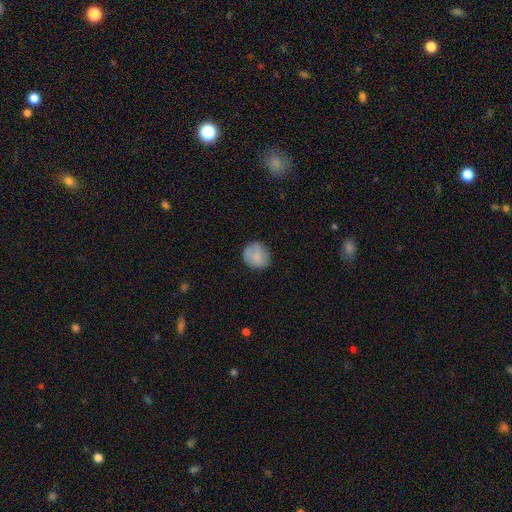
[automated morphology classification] smooth 77%, featured or disk 15%, star or artifact 7%. Down the decision tree: how rounded — round (86%); merging — none (79%).